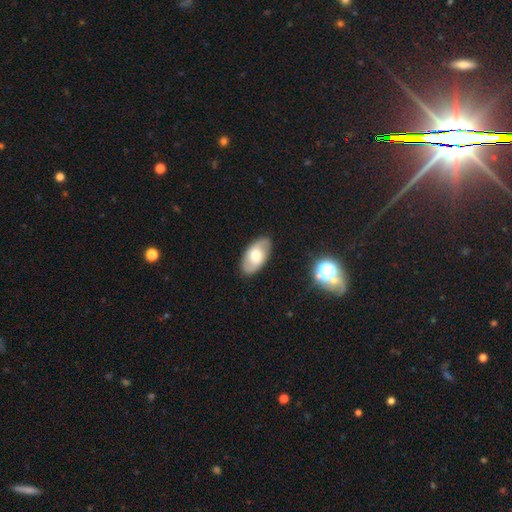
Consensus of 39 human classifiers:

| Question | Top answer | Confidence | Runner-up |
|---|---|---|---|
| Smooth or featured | featured or disk | 72% | smooth (23%) |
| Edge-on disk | no | 86% | yes (14%) |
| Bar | no | 83% | weak (12%) |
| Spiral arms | yes | 67% | no (33%) |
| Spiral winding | medium | 38% | tied: loose (38%) |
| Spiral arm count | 2 | 75% | can't tell (19%) |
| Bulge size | moderate | 46% | large (38%) |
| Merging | none | 92% | minor disturbance (5%) |